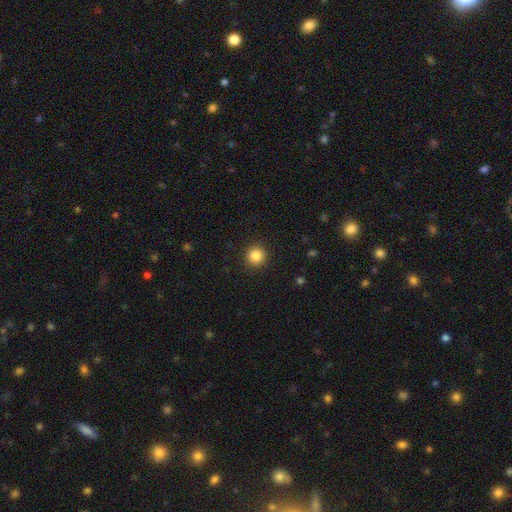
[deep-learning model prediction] Overall: smooth (85%). How rounded: round (95%). Merging: none (92%).